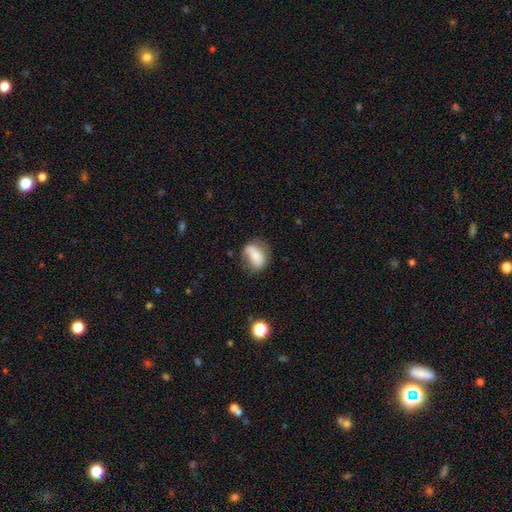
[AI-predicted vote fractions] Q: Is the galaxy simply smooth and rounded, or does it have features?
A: smooth — 67%.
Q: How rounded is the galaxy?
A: in between — 76%.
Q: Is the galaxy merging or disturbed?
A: none — 50%.